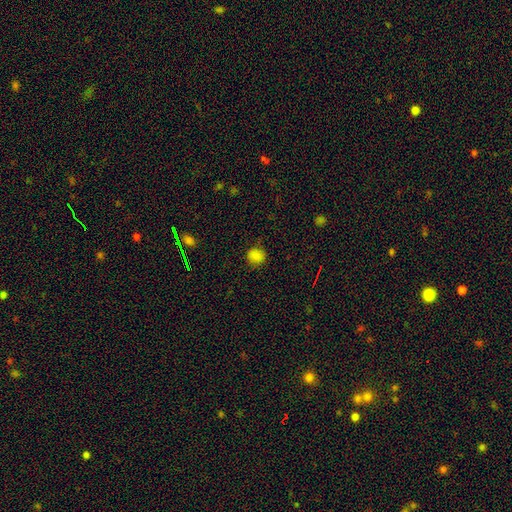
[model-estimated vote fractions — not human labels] smooth 81%, star or artifact 14%, featured or disk 5%. Down the decision tree: how rounded — round (79%); merging — none (81%).